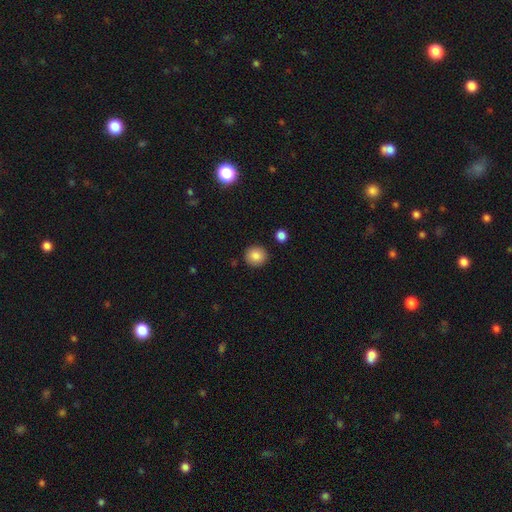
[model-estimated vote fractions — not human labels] Smooth or featured? Predicted: smooth (p=0.86). How rounded? Predicted: round (p=0.90). Merging? Predicted: none (p=0.90).